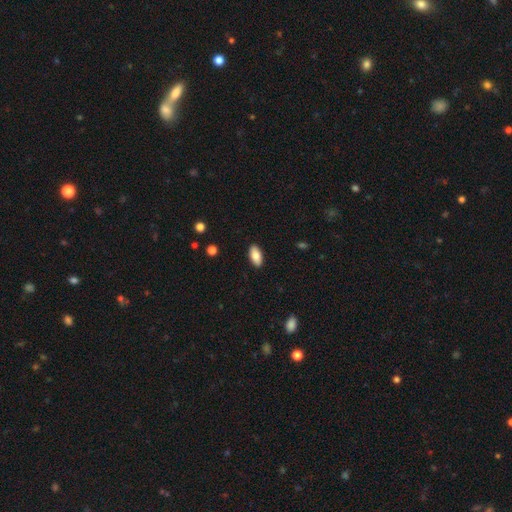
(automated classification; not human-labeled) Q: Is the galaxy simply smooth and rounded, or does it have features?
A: smooth — 85%.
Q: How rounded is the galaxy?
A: in between — 92%.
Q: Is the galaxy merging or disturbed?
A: none — 90%.